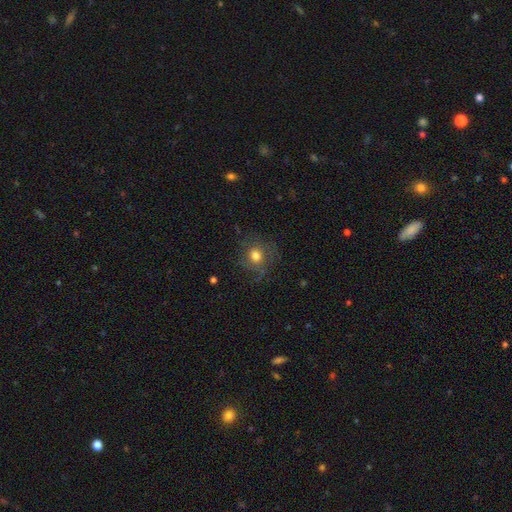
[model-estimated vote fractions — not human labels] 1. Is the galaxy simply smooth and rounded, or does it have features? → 65% smooth, 22% featured or disk, 13% star or artifact.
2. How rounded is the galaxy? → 83% round, 16% in between, 1% cigar-shaped.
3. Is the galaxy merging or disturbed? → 70% none, 17% minor disturbance, 11% major disturbance, 1% merger.